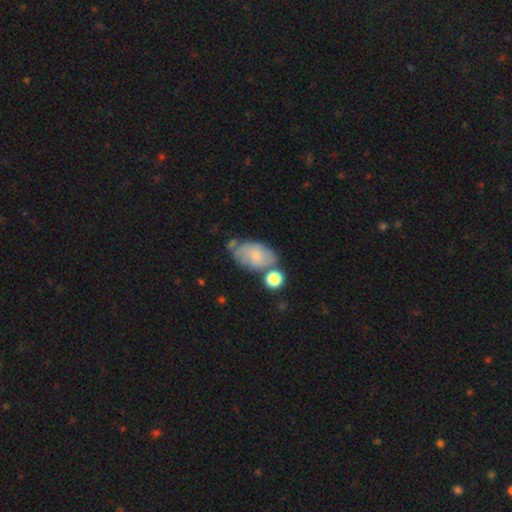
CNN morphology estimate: This appears to be a smooth galaxy with no disk features (56%) that is in between round and cigar-shaped (89%). Merging: none (48%).